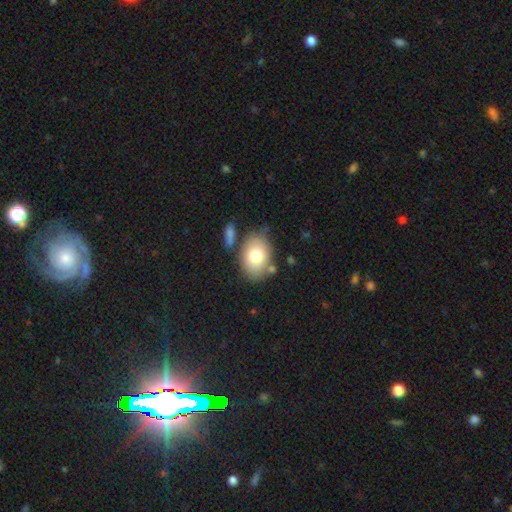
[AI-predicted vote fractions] smooth-or-featured: smooth: 77% | featured or disk: 16% | star or artifact: 7%
  how-rounded: in between: 77% | round: 21% | cigar-shaped: 1%
  merging: none: 72% | minor disturbance: 15% | merger: 9% | major disturbance: 4%